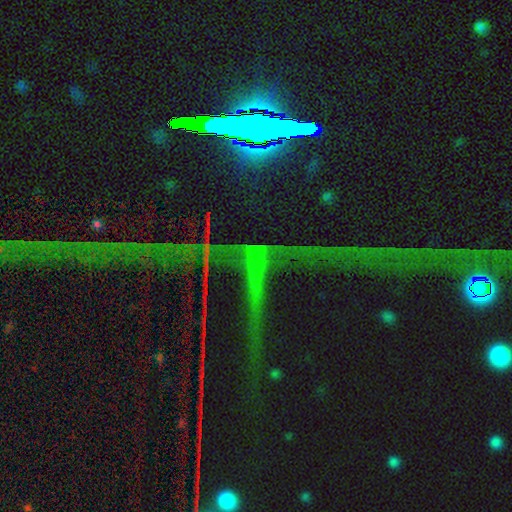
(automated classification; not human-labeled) The model was most divided on "smooth or featured": star or artifact: 80%, featured or disk: 11%, smooth: 9%.